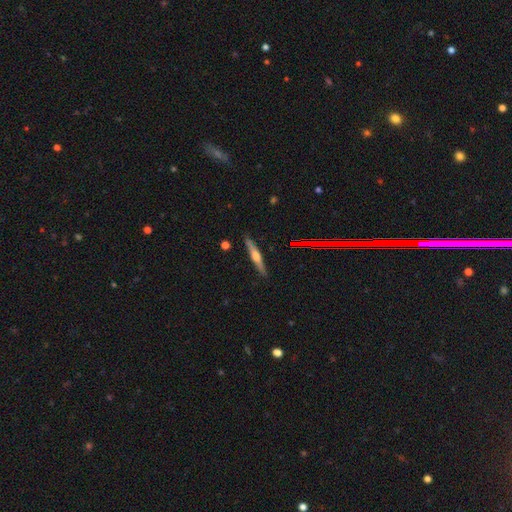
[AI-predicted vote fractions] A featured or disk galaxy (64%) viewed edge-on (97%) with a rounded central bulge (79%). Merging: none (89%).